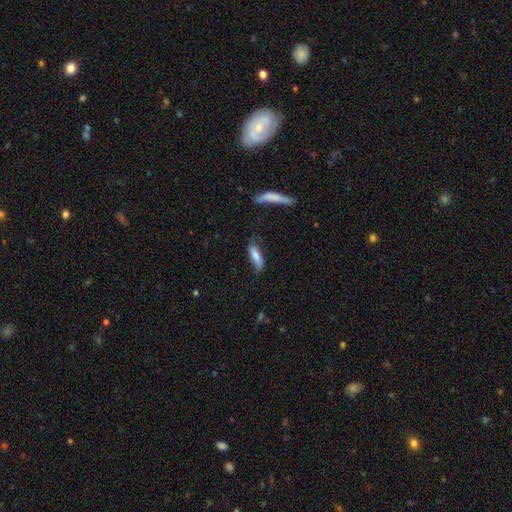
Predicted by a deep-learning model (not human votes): Q: Smooth or featured?
A: smooth (76%); runner-up: featured or disk (17%)
Q: How rounded?
A: cigar-shaped (51%); runner-up: in between (47%)
Q: Merging?
A: none (52%); runner-up: minor disturbance (30%)